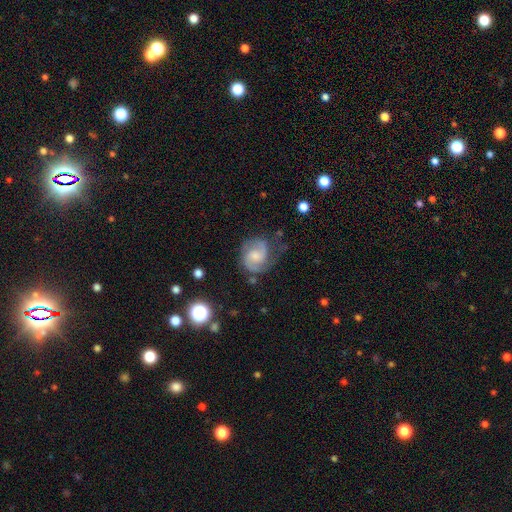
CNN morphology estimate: The model was most divided on "bulge size": moderate: 38%, small: 31%, none: 18%, large: 10%, dominant: 2%. More confident: edge-on disk — no (98%); spiral arms — yes (96%); spiral arm count — 2 (87%); smooth or featured — featured or disk (80%); merging — none (63%); spiral winding — medium (53%); bar — no (53%).